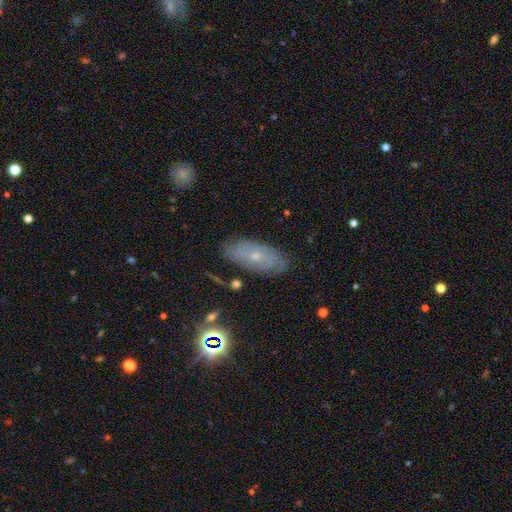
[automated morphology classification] The model was most divided on "smooth or featured": featured or disk: 53%, smooth: 34%, star or artifact: 13%. More confident: edge-on disk — no (82%); merging — none (80%).